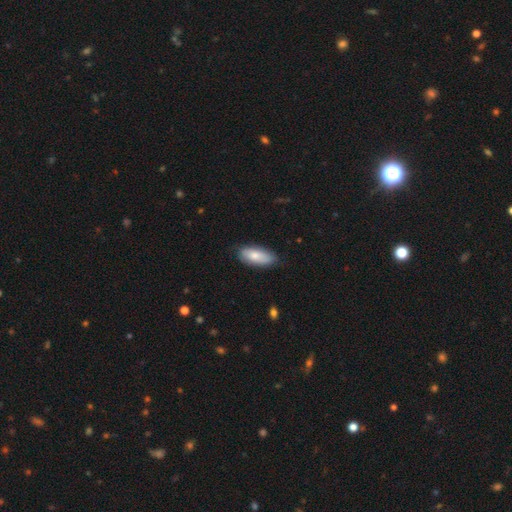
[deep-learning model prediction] smooth-or-featured: smooth: 79% | featured or disk: 15% | star or artifact: 6%
  how-rounded: in between: 84% | cigar-shaped: 14% | round: 2%
  merging: none: 79% | minor disturbance: 17% | major disturbance: 3% | merger: 1%